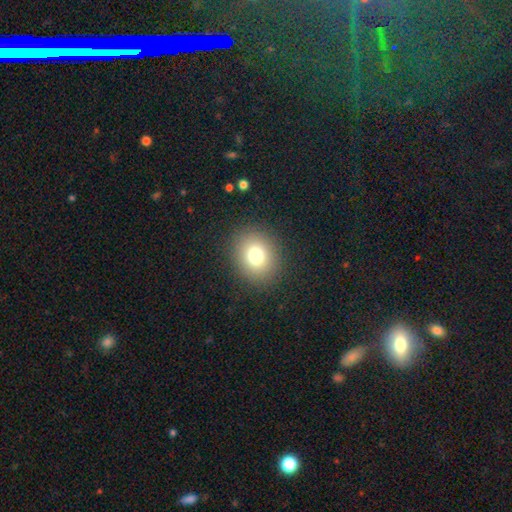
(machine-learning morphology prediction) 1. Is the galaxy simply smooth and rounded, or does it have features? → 77% smooth, 13% star or artifact, 10% featured or disk.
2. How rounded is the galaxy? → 68% round, 31% in between, 1% cigar-shaped.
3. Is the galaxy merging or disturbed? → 89% none, 7% minor disturbance, 3% major disturbance, 1% merger.